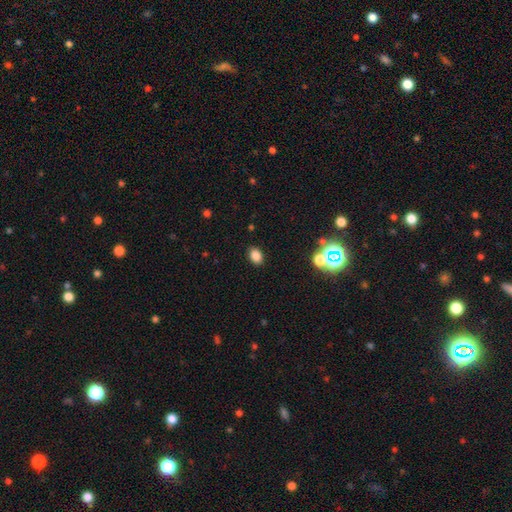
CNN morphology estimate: smooth 83%, star or artifact 13%, featured or disk 4%. Down the decision tree: how rounded — in between (78%); merging — none (88%).